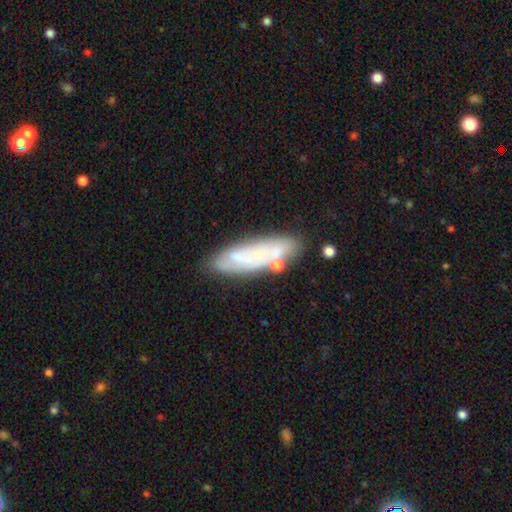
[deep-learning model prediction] Overall: featured or disk (52%; smooth 39%). Edge-on disk: no (72%). Merging: none (69%).